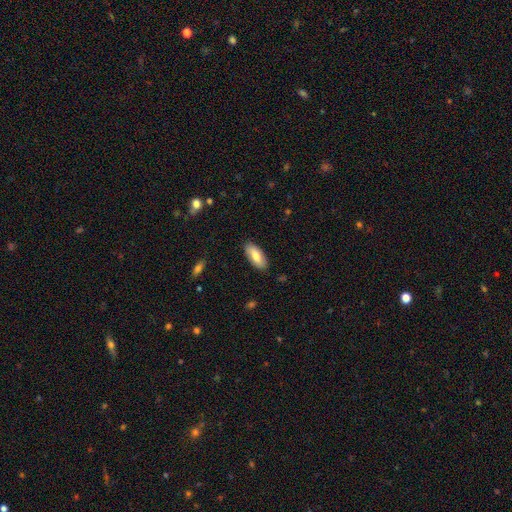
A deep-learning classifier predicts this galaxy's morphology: smooth-or-featured: smooth: 74% | featured or disk: 20% | star or artifact: 6%
  how-rounded: in between: 87% | cigar-shaped: 11% | round: 2%
  merging: none: 87% | minor disturbance: 10% | major disturbance: 2% | merger: 1%